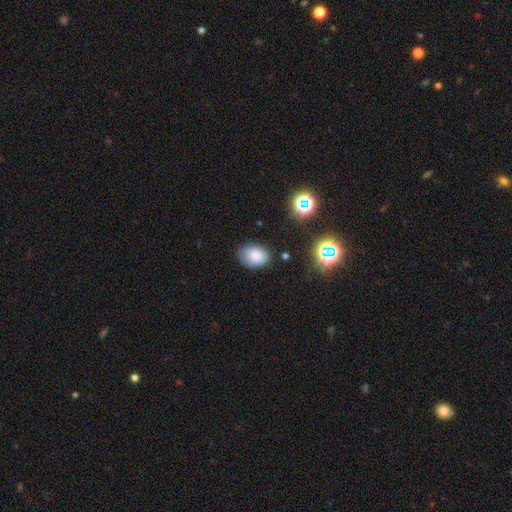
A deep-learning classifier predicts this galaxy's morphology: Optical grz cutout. It shows a smooth galaxy with no disk features (80%) that is in between round and cigar-shaped (79%). Merging: none (72%).